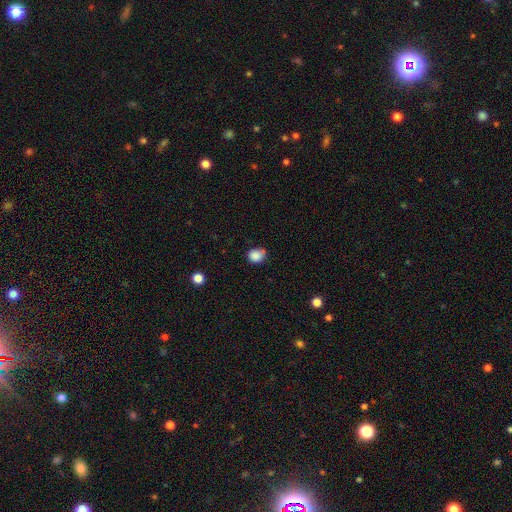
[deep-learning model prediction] smooth-or-featured: smooth: 86% | star or artifact: 10% | featured or disk: 4%
  how-rounded: round: 67% | in between: 32% | cigar-shaped: 1%
  merging: none: 66% | minor disturbance: 24% | major disturbance: 5% | merger: 5%